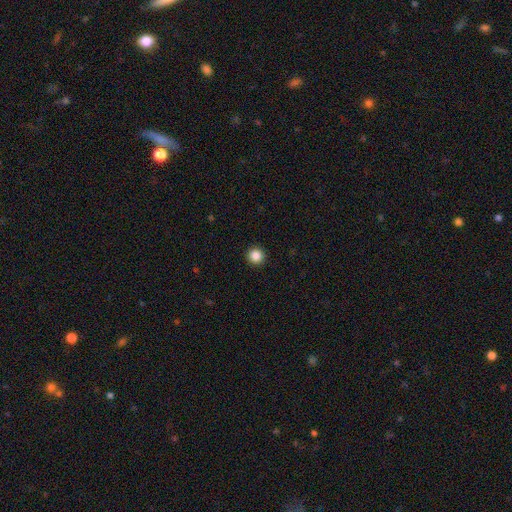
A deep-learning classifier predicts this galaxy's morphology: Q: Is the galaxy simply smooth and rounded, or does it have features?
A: smooth — 87%.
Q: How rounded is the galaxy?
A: round — 96%.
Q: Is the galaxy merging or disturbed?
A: none — 93%.